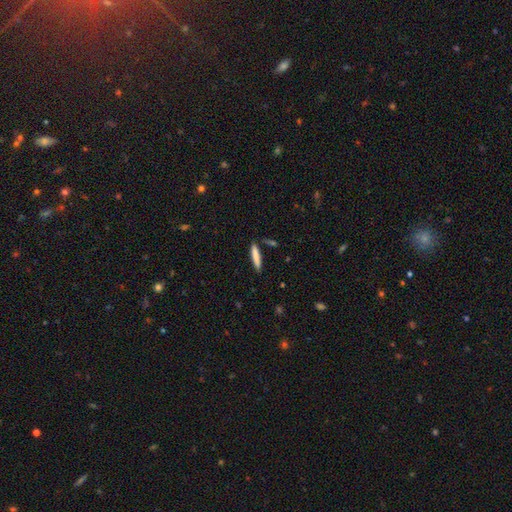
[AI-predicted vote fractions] smooth 81%, featured or disk 13%, star or artifact 6%. Down the decision tree: how rounded — cigar-shaped (90%); merging — none (86%).